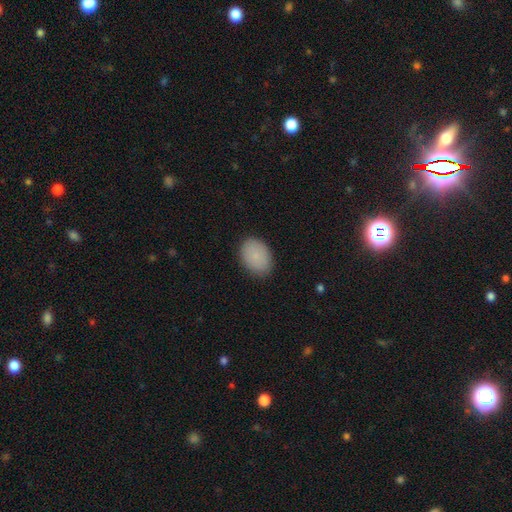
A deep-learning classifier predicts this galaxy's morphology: A smooth galaxy with no disk features (86%) that is in between round and cigar-shaped (77%).

Vote fractions:
- Smooth or featured? smooth: 86% / star or artifact: 7% / featured or disk: 7%
- How rounded? in between: 77% / round: 22% / cigar-shaped: 1%
- Merging? none: 87% / minor disturbance: 10% / major disturbance: 2% / merger: 1%